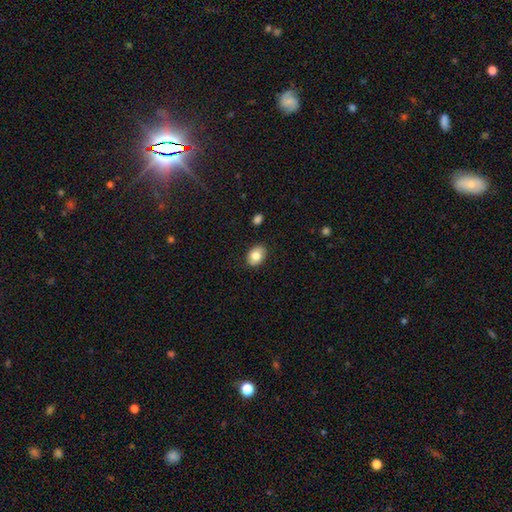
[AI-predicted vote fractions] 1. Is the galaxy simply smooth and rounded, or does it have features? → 82% smooth, 11% featured or disk, 8% star or artifact.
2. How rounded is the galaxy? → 76% in between, 23% round, 1% cigar-shaped.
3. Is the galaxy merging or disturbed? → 86% none, 10% minor disturbance, 2% major disturbance, 1% merger.